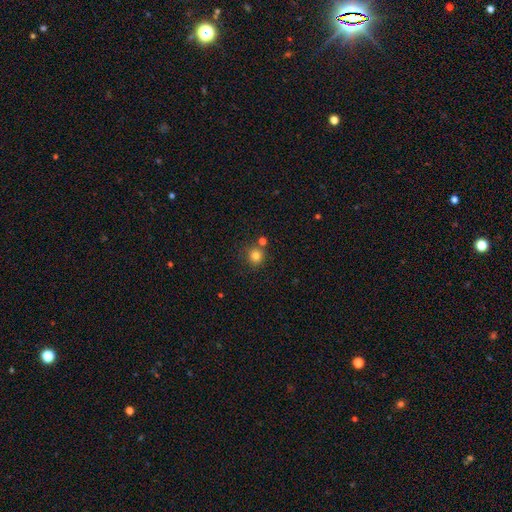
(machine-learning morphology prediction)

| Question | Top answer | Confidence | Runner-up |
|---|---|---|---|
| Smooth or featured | smooth | 80% | star or artifact (13%) |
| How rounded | round | 91% | in between (8%) |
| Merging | none | 74% | merger (13%) |